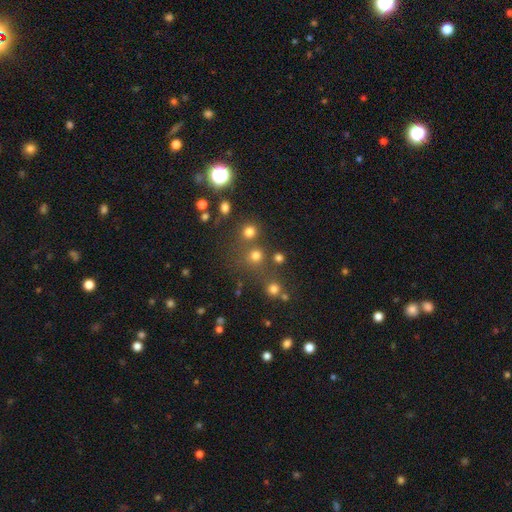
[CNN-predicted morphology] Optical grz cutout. It shows a smooth galaxy with no disk features (73%) that is round (91%). Merging: none (69%).